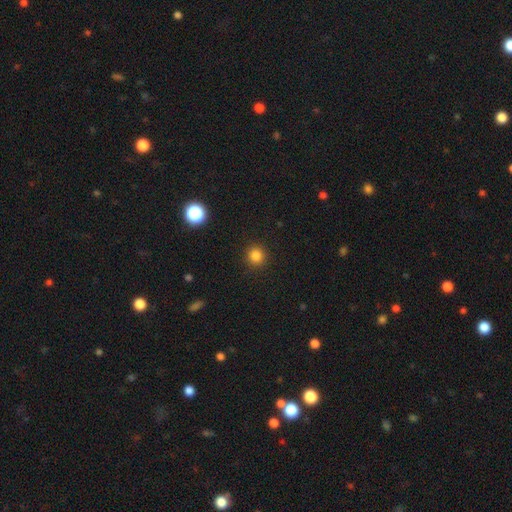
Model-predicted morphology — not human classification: A smooth galaxy with no disk features (83%) that is round (93%). Merging: none (91%).